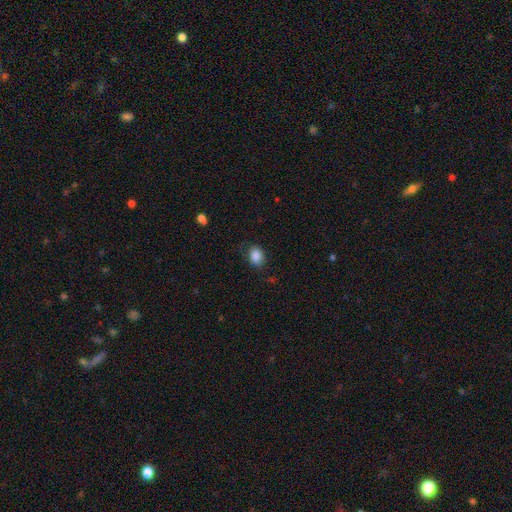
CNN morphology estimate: Q: Smooth or featured?
A: smooth (87%); runner-up: star or artifact (8%)
Q: How rounded?
A: in between (69%); runner-up: round (30%)
Q: Merging?
A: none (79%); runner-up: minor disturbance (16%)